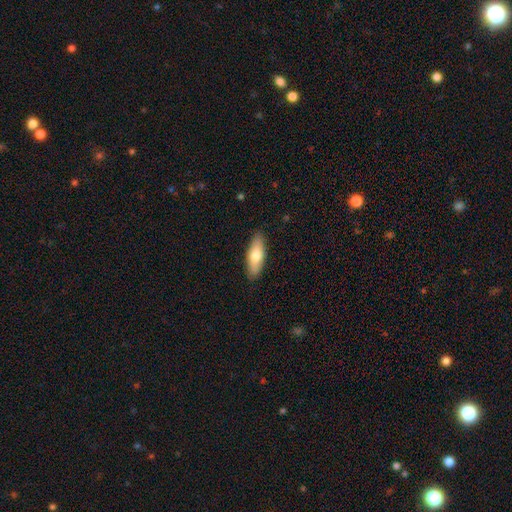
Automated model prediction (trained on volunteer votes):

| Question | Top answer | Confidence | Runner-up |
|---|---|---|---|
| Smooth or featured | smooth | 69% | featured or disk (25%) |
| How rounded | in between | 64% | cigar-shaped (34%) |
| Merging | none | 88% | minor disturbance (9%) |